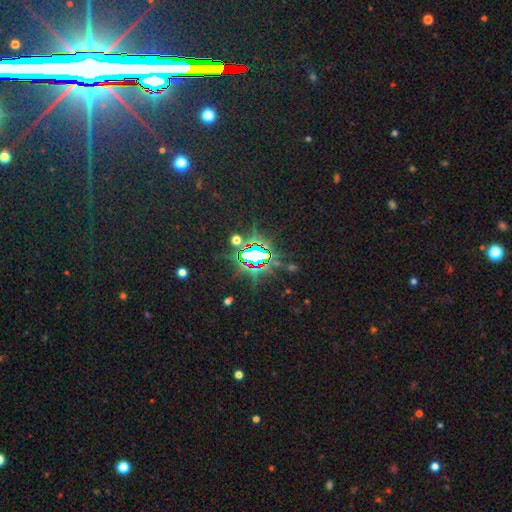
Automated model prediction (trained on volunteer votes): star or artifact 80%, smooth 10%, featured or disk 9%.